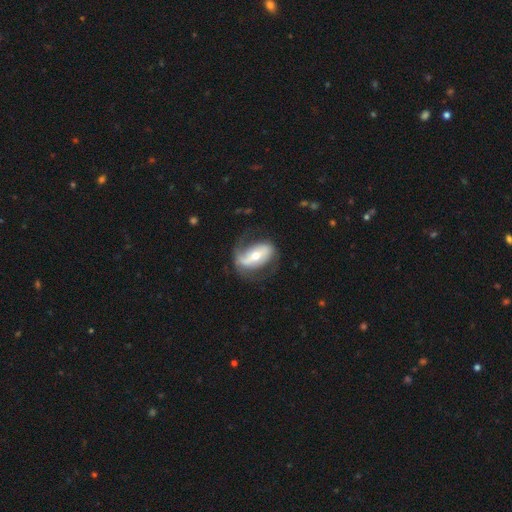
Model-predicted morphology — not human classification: Smooth or featured? featured or disk (72%)
Edge-on disk? no (92%)
Bar? strong (48%)
Spiral arms? yes (81%)
Spiral winding? loose (47%)
Spiral arm count? 2 (71%)
Bulge size? moderate (58%)
Merging? none (58%)